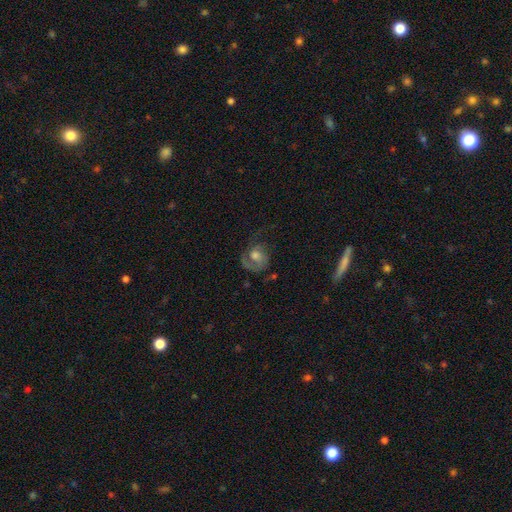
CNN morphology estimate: featured or disk 71%, smooth 22%, star or artifact 7%. Down the decision tree: edge-on disk — no (97%); bar — no (70%); spiral arms — yes (90%); spiral arm count — 1 (59%); spiral winding — medium (41%); bulge size — moderate (57%); merging — none (50%).